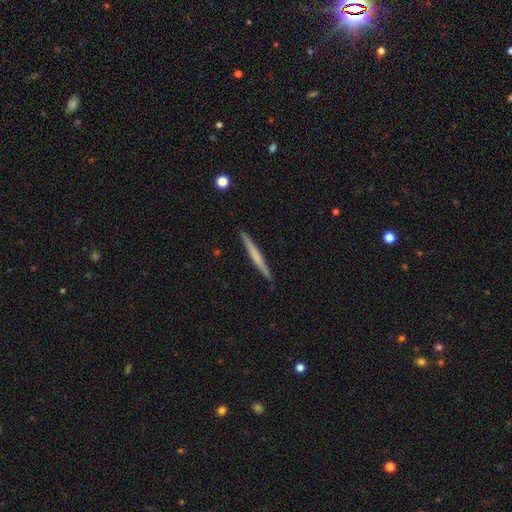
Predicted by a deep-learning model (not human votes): The model was most divided on "smooth or featured": featured or disk: 50%, smooth: 45%, star or artifact: 5%. More confident: merging — none (91%).